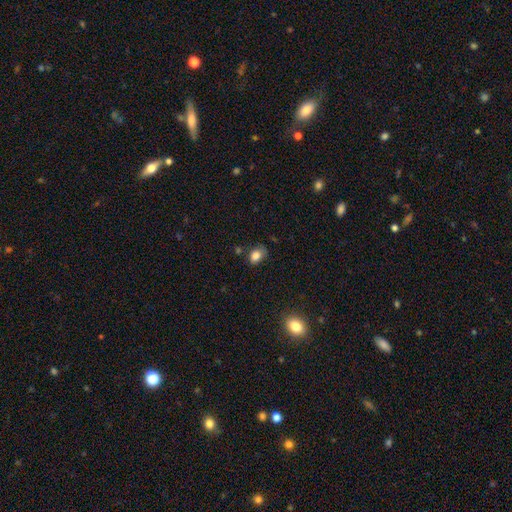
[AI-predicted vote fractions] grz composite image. It shows a smooth galaxy with no disk features (83%) that is in between round and cigar-shaped (67%). Merging: none (62%).